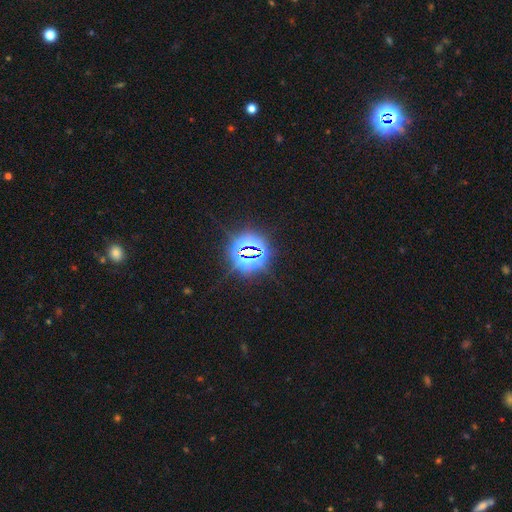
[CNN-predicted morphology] smooth-or-featured: star or artifact: 83% | smooth: 10% | featured or disk: 7%